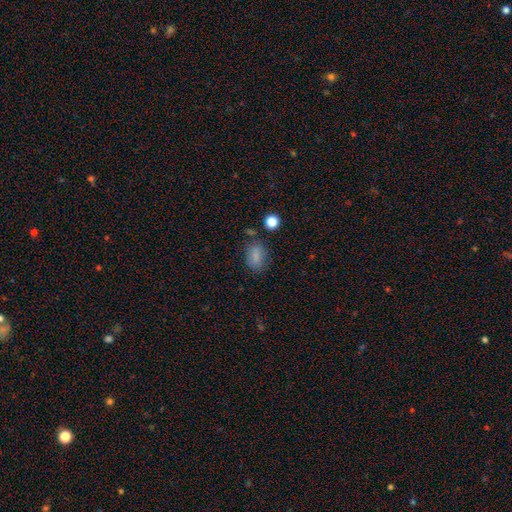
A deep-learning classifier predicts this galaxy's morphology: A smooth galaxy with no disk features (83%) that is in between round and cigar-shaped (78%).

Vote fractions:
- Smooth or featured? smooth: 83% / star or artifact: 11% / featured or disk: 6%
- How rounded? in between: 78% / round: 20% / cigar-shaped: 2%
- Merging? none: 72% / minor disturbance: 18% / major disturbance: 6% / merger: 4%